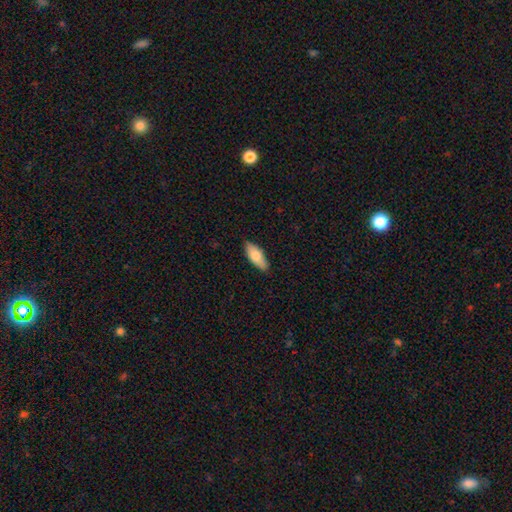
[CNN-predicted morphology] A smooth galaxy with no disk features (77%) that is in between round and cigar-shaped (79%).

Vote fractions:
- Smooth or featured? smooth: 77% / featured or disk: 17% / star or artifact: 6%
- How rounded? in between: 79% / cigar-shaped: 19% / round: 2%
- Merging? none: 86% / minor disturbance: 11% / major disturbance: 2% / merger: 1%